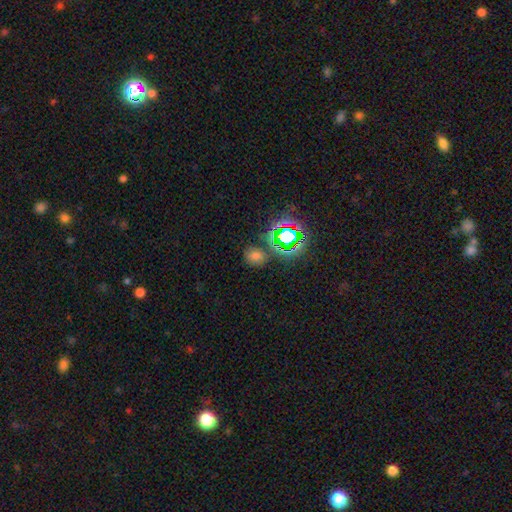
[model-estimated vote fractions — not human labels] Overall: smooth (55%; star or artifact 37%). How rounded: round (52%; in between 47%). Merging: none (77%).